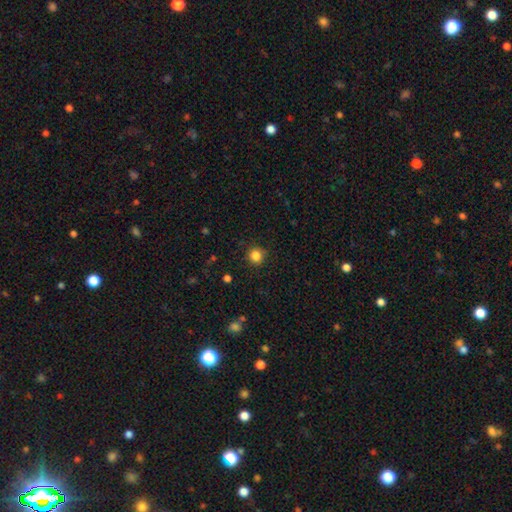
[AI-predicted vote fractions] A smooth galaxy with no disk features (84%) that is round (91%). Merging: none (88%).